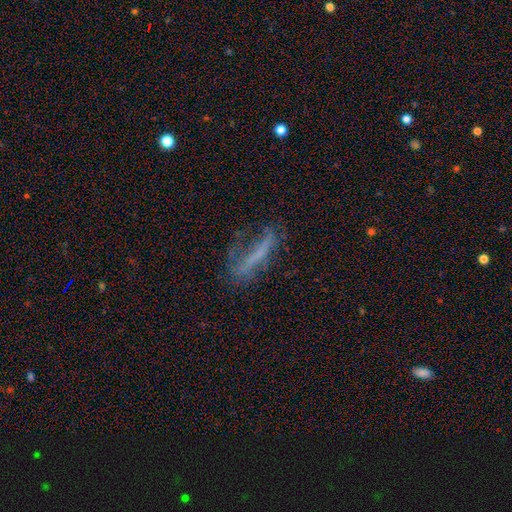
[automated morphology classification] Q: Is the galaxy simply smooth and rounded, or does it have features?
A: featured or disk — 44%.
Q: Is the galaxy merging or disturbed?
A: none — 47%.